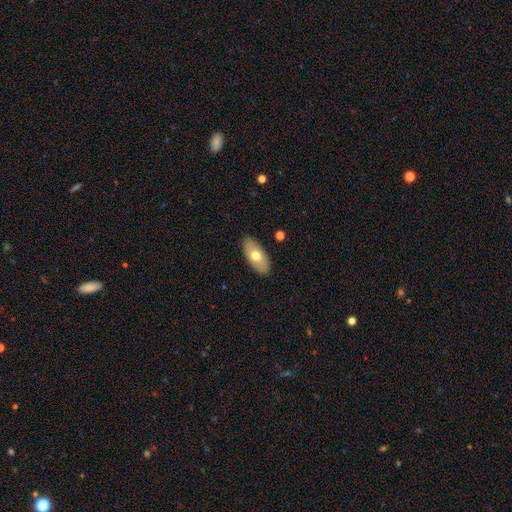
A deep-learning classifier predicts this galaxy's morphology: smooth_or_featured: smooth (p=0.63) [alt: featured or disk p=0.31]
how_rounded: in between (p=0.92) [alt: cigar-shaped p=0.05]
merging: none (p=0.88) [alt: minor disturbance p=0.09]